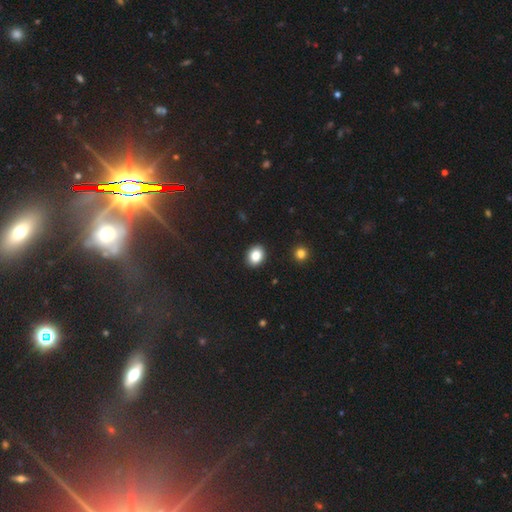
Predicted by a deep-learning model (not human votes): Q: Smooth or featured?
A: smooth (84%); runner-up: star or artifact (9%)
Q: How rounded?
A: in between (57%); runner-up: round (42%)
Q: Merging?
A: none (91%); runner-up: minor disturbance (6%)